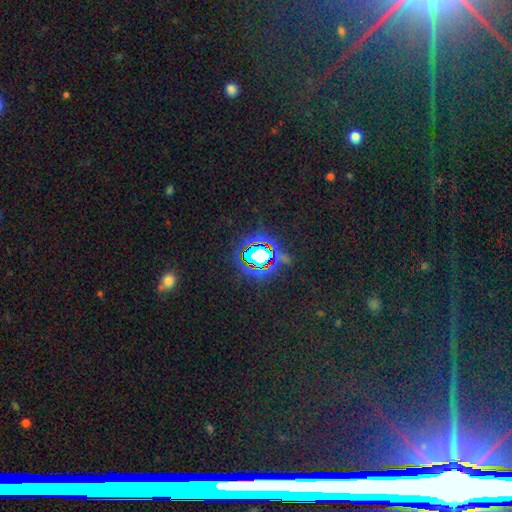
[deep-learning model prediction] Smooth or featured? star or artifact (73%)